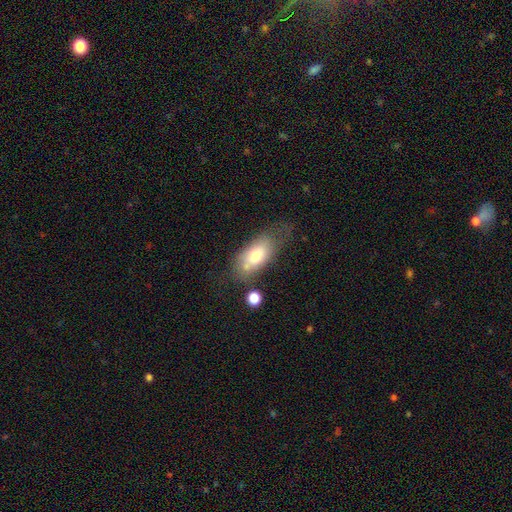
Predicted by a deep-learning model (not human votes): Morphology: type=smooth (71%); roundness=in between (87%); merging=none (50%).